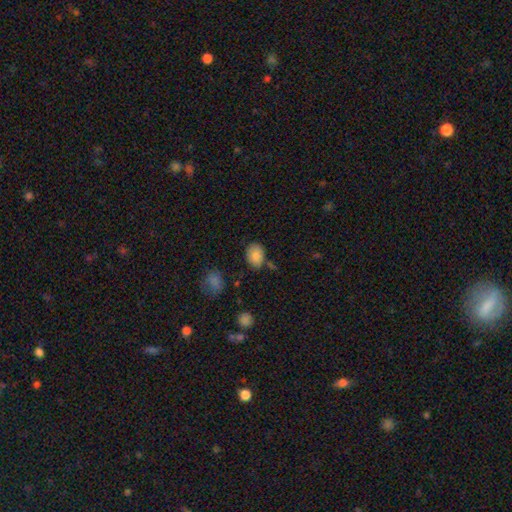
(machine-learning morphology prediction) smooth 84%, star or artifact 9%, featured or disk 7%. Down the decision tree: how rounded — in between (69%); merging — none (70%).